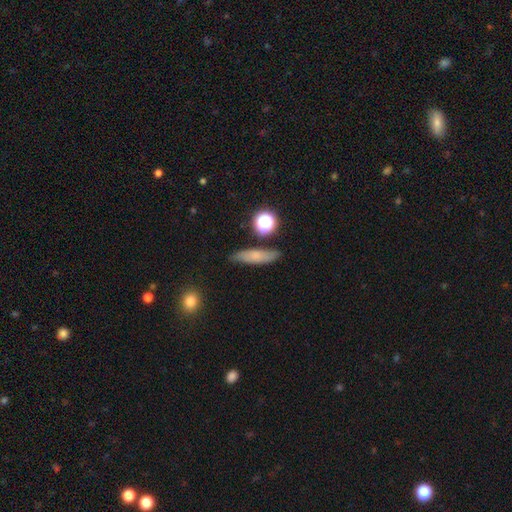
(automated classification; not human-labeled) Smooth or featured? smooth (65%)
How rounded? cigar-shaped (63%)
Merging? none (80%)